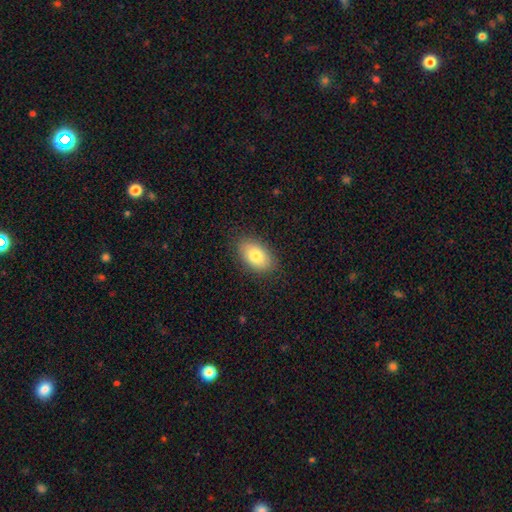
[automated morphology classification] smooth_or_featured: smooth (p=0.81) [alt: featured or disk p=0.12]
how_rounded: in between (p=0.91) [alt: round p=0.07]
merging: none (p=0.86) [alt: minor disturbance p=0.10]